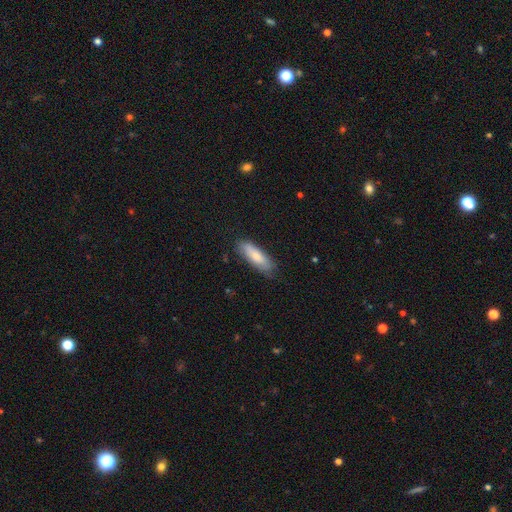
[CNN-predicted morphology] Smooth or featured: smooth — 79% (featured or disk — 15%)
How rounded: in between — 54% (cigar-shaped — 44%)
Merging: none — 77% (minor disturbance — 18%)